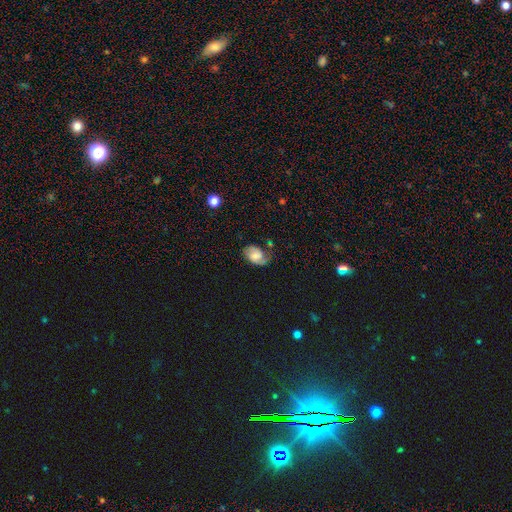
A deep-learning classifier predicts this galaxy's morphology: featured or disk 47%, smooth 42%, star or artifact 10%. Down the decision tree: merging — none (45%).